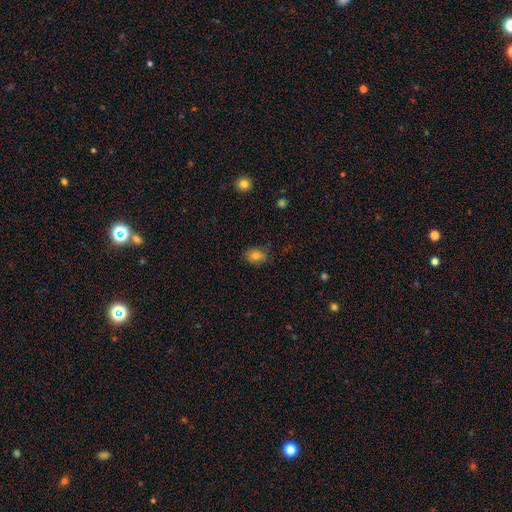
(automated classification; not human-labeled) The model was most divided on "how rounded": in between: 67%, round: 32%, cigar-shaped: 1%. More confident: merging — none (80%); smooth or featured — smooth (80%).